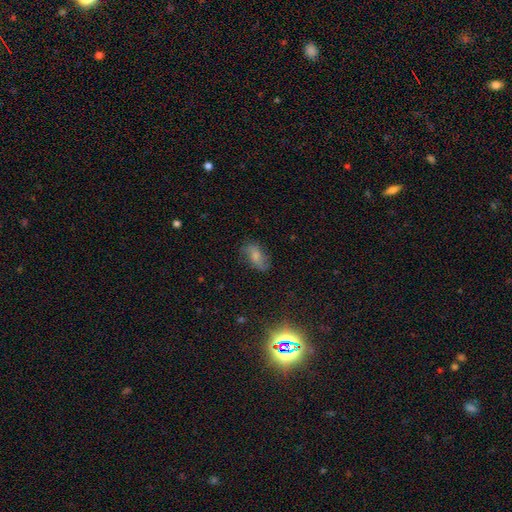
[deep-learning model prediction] Smooth or featured: smooth — 49% (featured or disk — 39%)
Merging: none — 67% (minor disturbance — 22%)